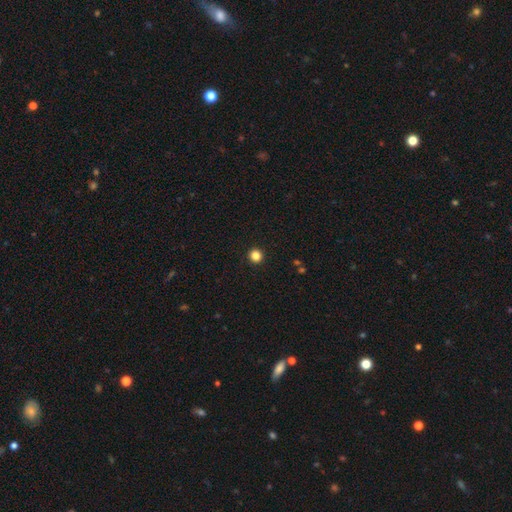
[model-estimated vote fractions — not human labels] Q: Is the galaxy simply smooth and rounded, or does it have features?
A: smooth — 84%.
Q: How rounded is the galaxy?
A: round — 96%.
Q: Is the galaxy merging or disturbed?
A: none — 94%.